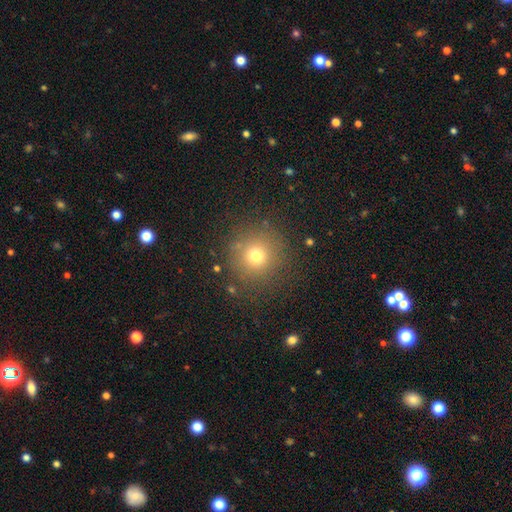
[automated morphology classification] The model was most divided on "smooth or featured": smooth: 71%, star or artifact: 19%, featured or disk: 10%. More confident: how rounded — round (94%); merging — none (85%).